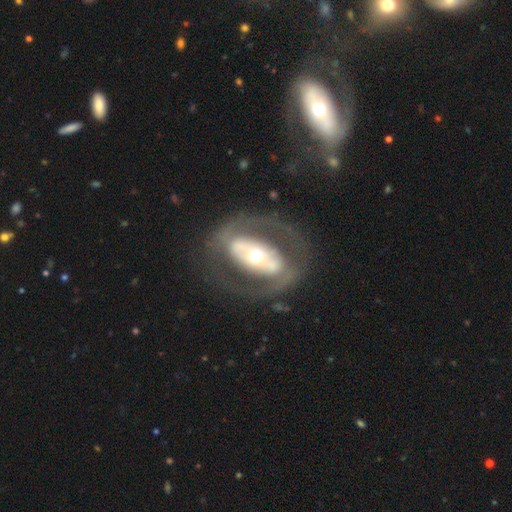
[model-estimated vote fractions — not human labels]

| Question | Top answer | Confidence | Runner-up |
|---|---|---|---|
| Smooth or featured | featured or disk | 77% | smooth (18%) |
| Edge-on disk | no | 92% | yes (8%) |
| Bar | strong | 41% | no (39%) |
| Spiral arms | no | 54% | yes (46%) |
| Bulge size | moderate | 65% | small (19%) |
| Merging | none | 70% | major disturbance (15%) |